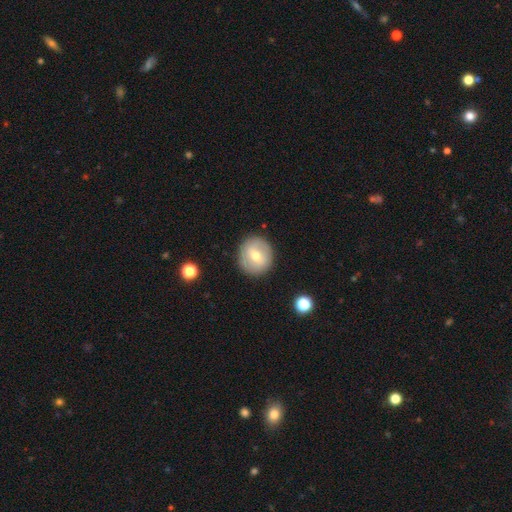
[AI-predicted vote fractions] Smooth or featured? smooth (60%)
How rounded? round (90%)
Merging? none (89%)